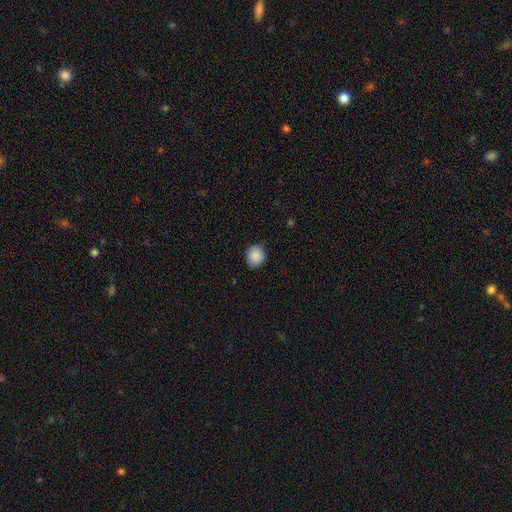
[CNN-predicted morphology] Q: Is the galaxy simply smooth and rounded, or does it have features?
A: smooth — 88%.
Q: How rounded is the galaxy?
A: round — 70%.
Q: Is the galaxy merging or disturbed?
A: none — 81%.